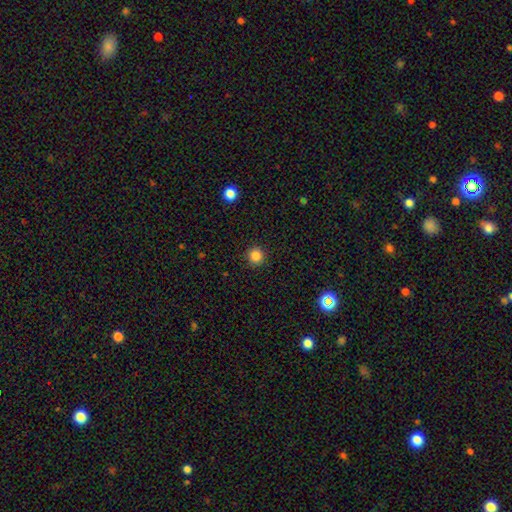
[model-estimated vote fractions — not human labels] The model was most divided on "smooth or featured": smooth: 85%, star or artifact: 12%, featured or disk: 4%. More confident: how rounded — round (95%); merging — none (92%).